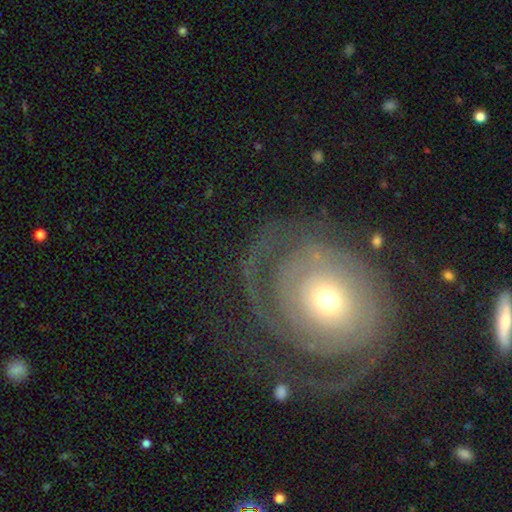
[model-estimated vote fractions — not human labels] smooth-or-featured: featured or disk: 82% | smooth: 11% | star or artifact: 7%
  disk-edge-on: no: 97% | yes: 3%
    bar: no: 80% | weak: 15% | strong: 6%
    has-spiral-arms: yes: 91% | no: 9%
      spiral-winding: tight: 74% | medium: 19% | loose: 7%
      spiral-arm-count: 2: 35% | can't tell: 29% | 3: 13% | 1: 10% | 4: 7% | more than 4: 6%
    bulge-size: moderate: 51% | small: 42% | large: 5% | dominant: 1% | none: 1%
  merging: none: 66% | major disturbance: 16% | minor disturbance: 15% | merger: 2%